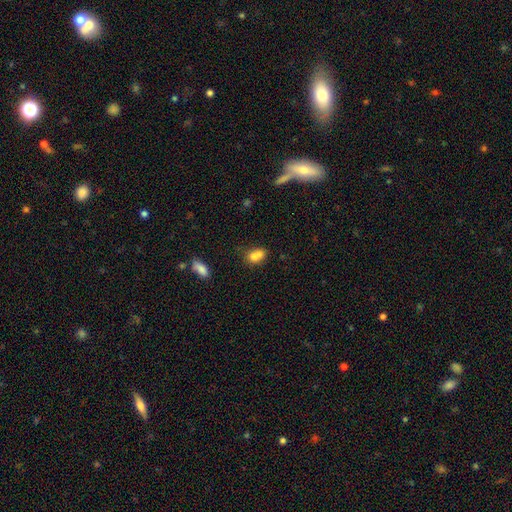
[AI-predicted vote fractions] Smooth or featured?
  - smooth: 73% *
  - featured or disk: 17%
  - star or artifact: 10%
How rounded?
  - in between: 59% *
  - round: 39%
  - cigar-shaped: 2%
Merging?
  - merger: 59% *
  - none: 26%
  - minor disturbance: 10%
  - major disturbance: 5%